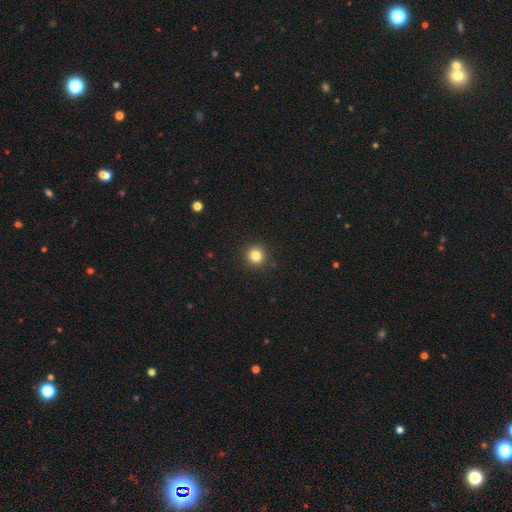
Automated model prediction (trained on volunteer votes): Smooth or featured? Predicted: smooth (p=0.82). How rounded? Predicted: round (p=0.94). Merging? Predicted: none (p=0.91).